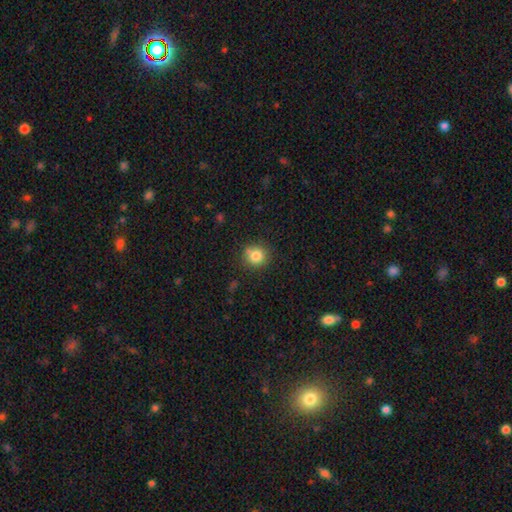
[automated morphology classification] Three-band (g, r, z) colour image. It shows a smooth galaxy with no disk features (82%) that is round (90%). Merging: none (79%).